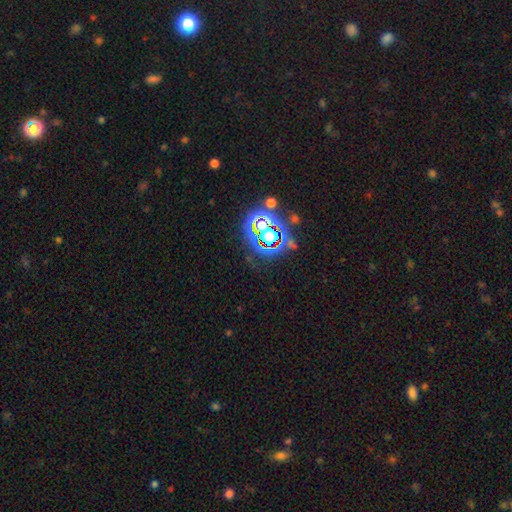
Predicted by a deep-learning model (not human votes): star or artifact 78%, smooth 13%, featured or disk 9%.